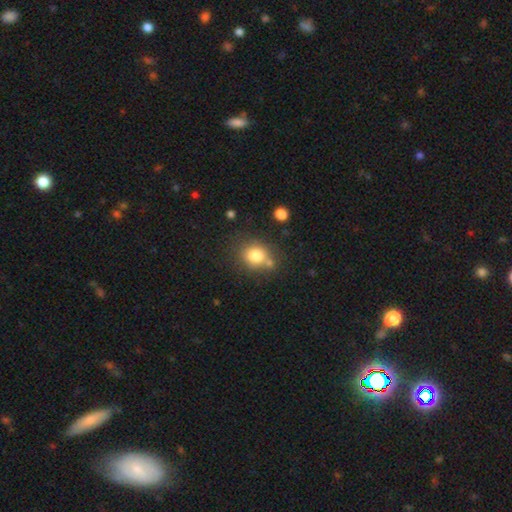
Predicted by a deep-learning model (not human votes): Smooth or featured? smooth (80%)
How rounded? round (74%)
Merging? none (66%)